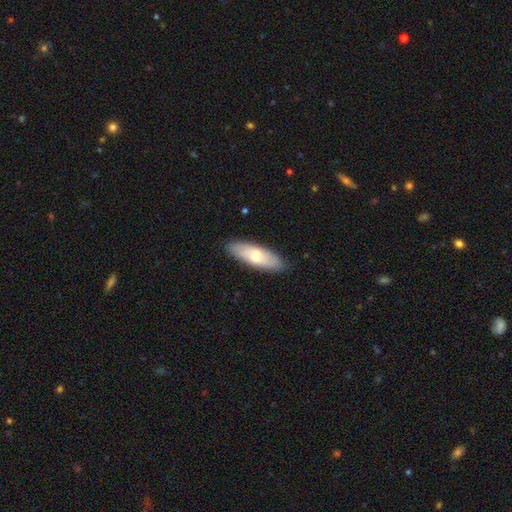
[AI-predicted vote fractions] smooth_or_featured: smooth (p=0.62) [alt: featured or disk p=0.33]
how_rounded: in between (p=0.63) [alt: cigar-shaped p=0.35]
merging: none (p=0.87) [alt: minor disturbance p=0.10]